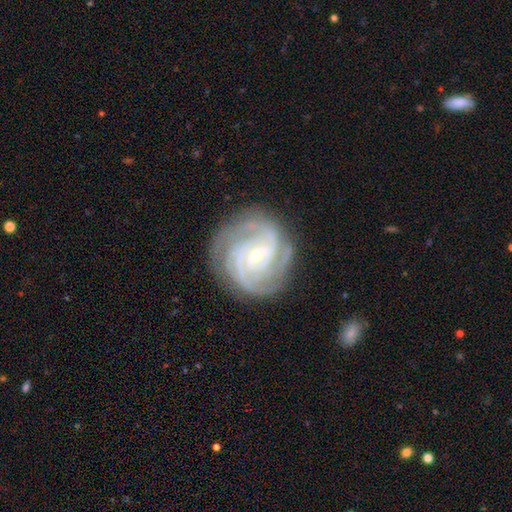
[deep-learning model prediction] Smooth or featured?
  - featured or disk: 90% *
  - star or artifact: 5%
  - smooth: 5%
Edge-on disk?
  - no: 98% *
  - yes: 2%
Bar?
  - weak: 46% *
  - no: 34%
  - strong: 20%
Spiral arms?
  - yes: 98% *
  - no: 2%
Spiral winding?
  - tight: 76% *
  - medium: 22%
  - loose: 3%
Spiral arm count?
  - 3: 33% *
  - 4: 27%
  - 2: 14%
  - can't tell: 13%
  - more than 4: 7%
  - 1: 6%
Bulge size?
  - small: 74% *
  - moderate: 21%
  - none: 2%
  - large: 1%
  - dominant: 1%
Merging?
  - none: 81% *
  - minor disturbance: 14%
  - major disturbance: 4%
  - merger: 1%